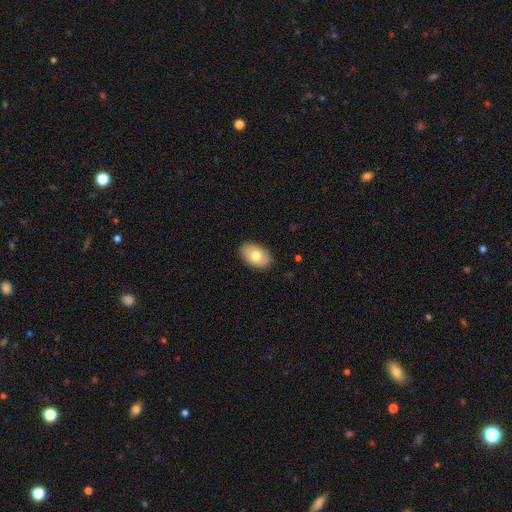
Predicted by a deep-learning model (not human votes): A smooth galaxy with no disk features (74%) that is in between round and cigar-shaped (89%). Merging: none (87%).